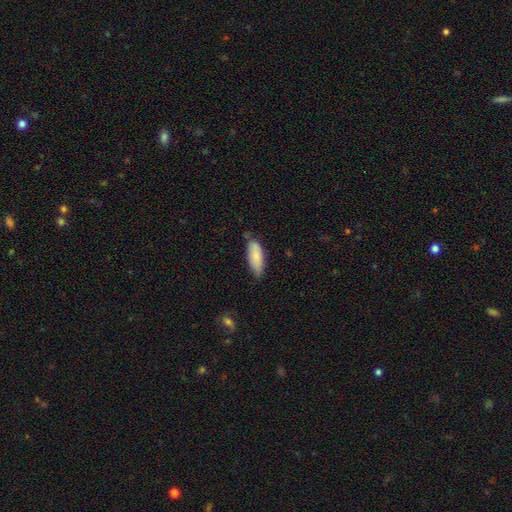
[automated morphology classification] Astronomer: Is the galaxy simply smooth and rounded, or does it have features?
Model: smooth — 82%.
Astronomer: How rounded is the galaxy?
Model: in between — 74%.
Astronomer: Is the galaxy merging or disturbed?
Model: none — 62%.